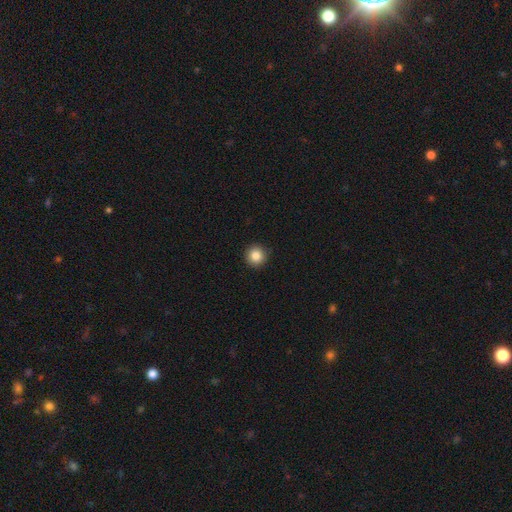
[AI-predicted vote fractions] A smooth galaxy with no disk features (86%) that is round (95%). Merging: none (93%).